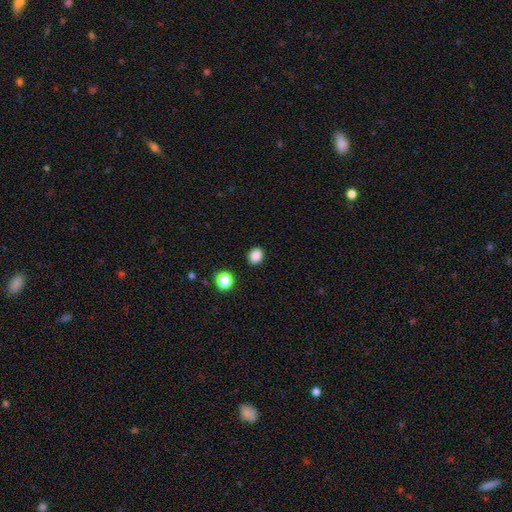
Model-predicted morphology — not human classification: smooth_or_featured: smooth (p=0.86) [alt: star or artifact p=0.11]
how_rounded: round (p=0.54) [alt: in between p=0.45]
merging: none (p=0.89) [alt: minor disturbance p=0.08]